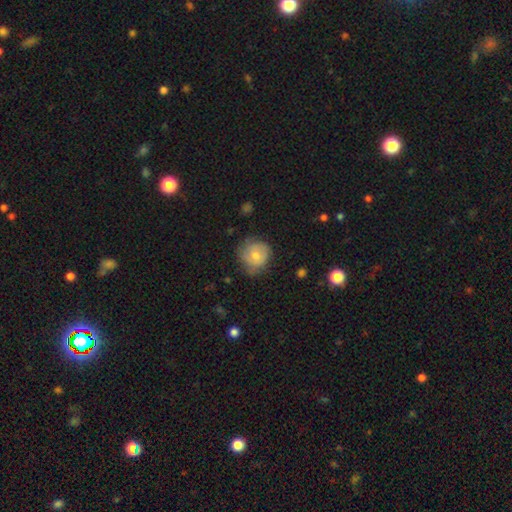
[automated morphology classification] smooth_or_featured: smooth (p=0.64) [alt: featured or disk p=0.28]
how_rounded: round (p=0.87) [alt: in between p=0.12]
merging: none (p=0.65) [alt: minor disturbance p=0.28]